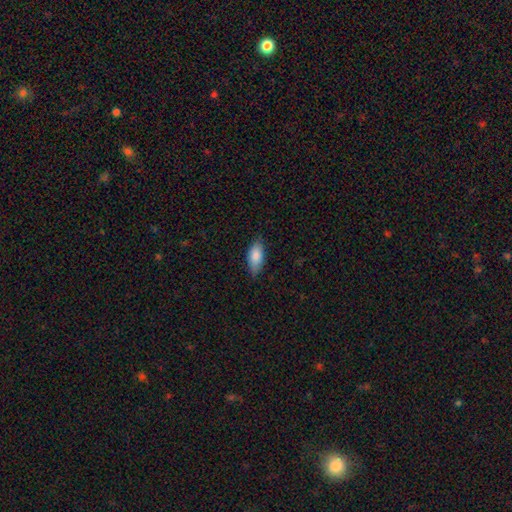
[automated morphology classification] A smooth galaxy with no disk features (84%) that is in between round and cigar-shaped (87%). Merging: none (78%).